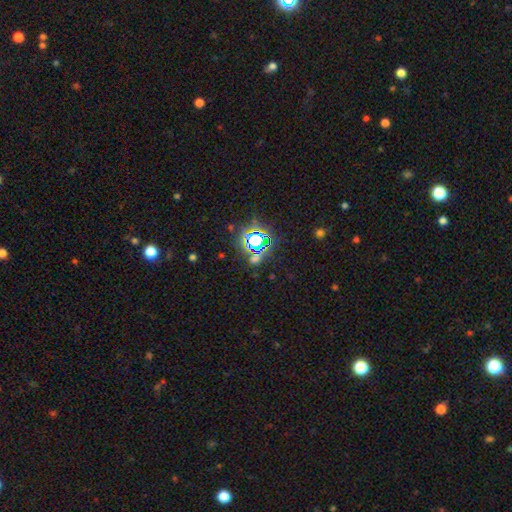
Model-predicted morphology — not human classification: Smooth or featured: star or artifact — 77% (smooth — 15%)